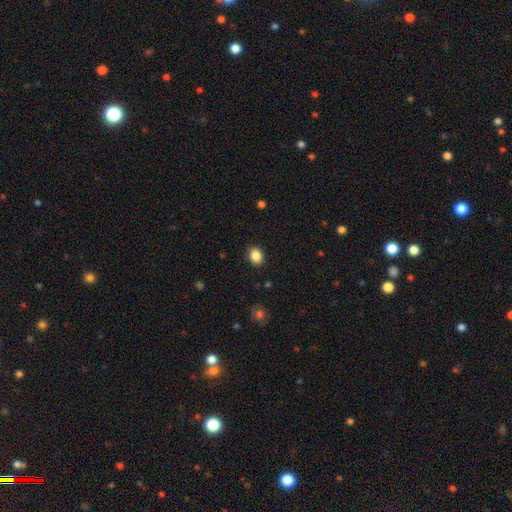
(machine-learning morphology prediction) smooth 86%, star or artifact 9%, featured or disk 4%. Down the decision tree: how rounded — in between (59%); merging — none (89%).